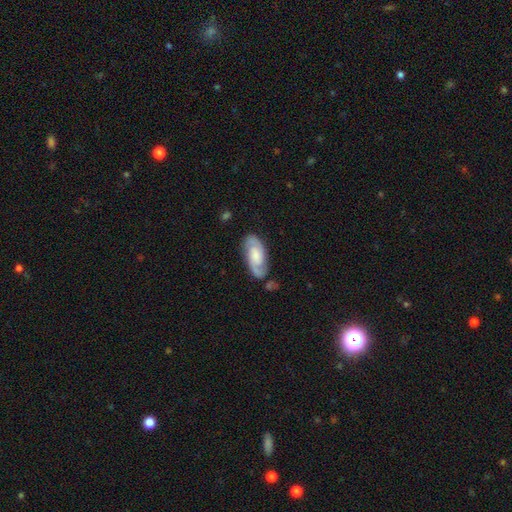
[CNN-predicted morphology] Smooth or featured? Predicted: featured or disk (p=0.77). Edge-on disk? Predicted: no (p=0.95). Bar? Predicted: no (p=0.50). Spiral arms? Predicted: yes (p=0.95). Spiral winding? Predicted: medium (p=0.47). Spiral arm count? Predicted: 2 (p=0.88). Bulge size? Predicted: moderate (p=0.31). Merging? Predicted: none (p=0.76).